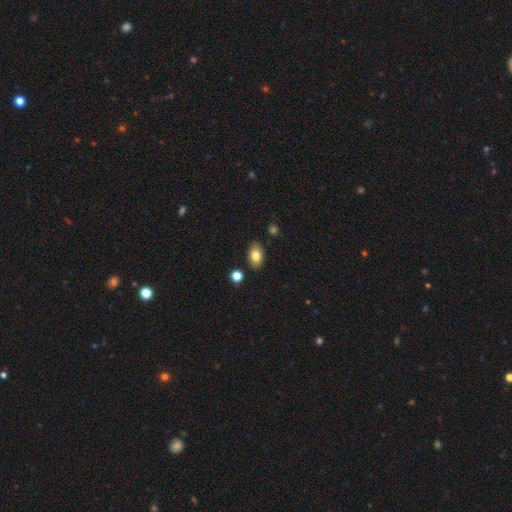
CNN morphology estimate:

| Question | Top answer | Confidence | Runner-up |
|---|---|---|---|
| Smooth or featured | smooth | 81% | featured or disk (11%) |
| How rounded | in between | 88% | round (11%) |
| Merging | none | 85% | minor disturbance (10%) |